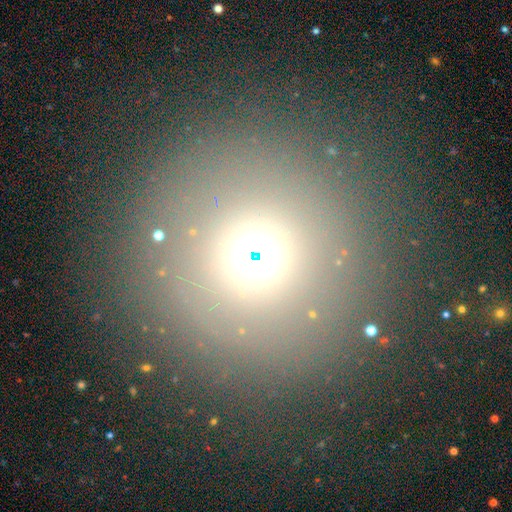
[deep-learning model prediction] The model was most divided on "smooth or featured": smooth: 58%, star or artifact: 31%, featured or disk: 11%. More confident: how rounded — round (94%); merging — none (87%).